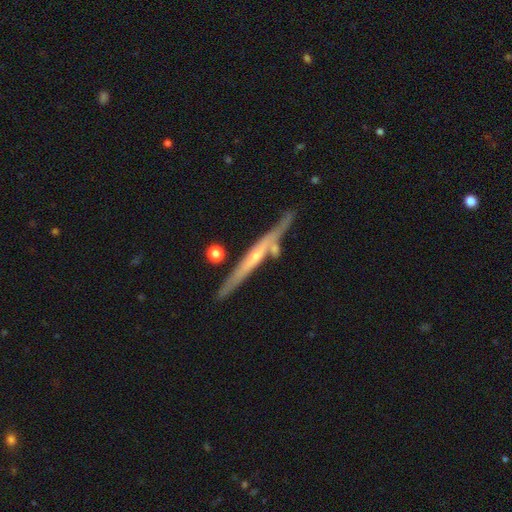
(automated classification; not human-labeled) Overall: featured or disk (72%). Edge-on disk: yes (94%). Edge-on bulge: rounded (48%; none 47%). Merging: none (78%).